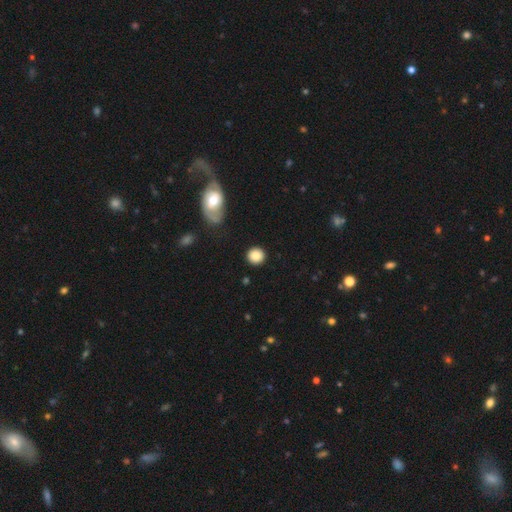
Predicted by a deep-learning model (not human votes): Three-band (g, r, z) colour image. It shows a smooth galaxy with no disk features (85%) that is round (92%). Merging: none (90%).